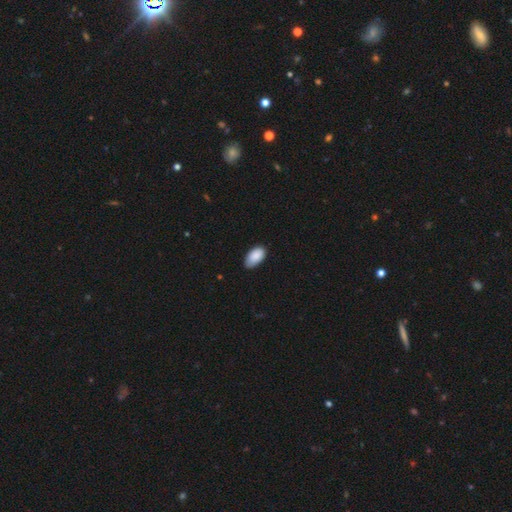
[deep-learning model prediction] Q: Smooth or featured?
A: smooth (89%); runner-up: star or artifact (6%)
Q: How rounded?
A: in between (95%); runner-up: round (3%)
Q: Merging?
A: none (72%); runner-up: minor disturbance (24%)